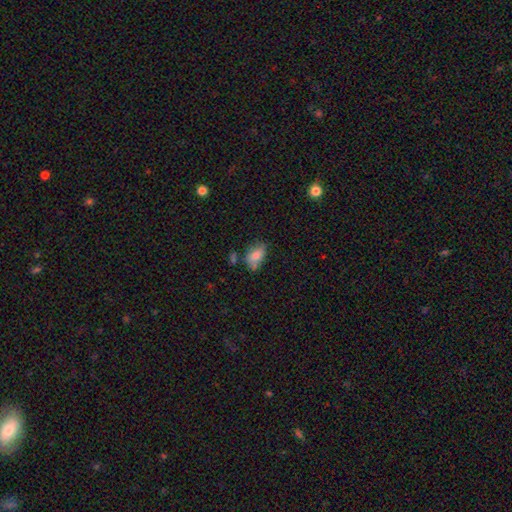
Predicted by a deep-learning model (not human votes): smooth-or-featured: smooth: 79% | featured or disk: 13% | star or artifact: 9%
  how-rounded: in between: 89% | round: 8% | cigar-shaped: 3%
  merging: none: 51% | minor disturbance: 29% | merger: 11% | major disturbance: 9%